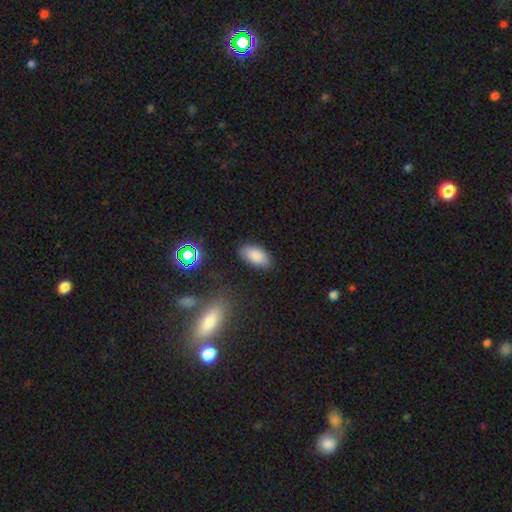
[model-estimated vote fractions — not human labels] Morphology: type=smooth (85%); roundness=in between (93%); merging=none (83%).